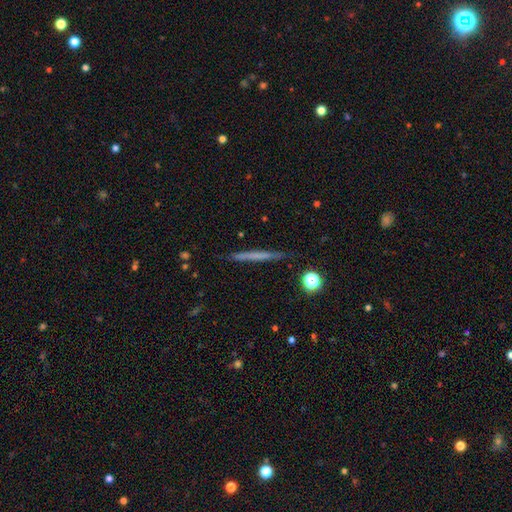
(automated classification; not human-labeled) Smooth or featured? Predicted: smooth (p=0.50). Merging? Predicted: none (p=0.90).